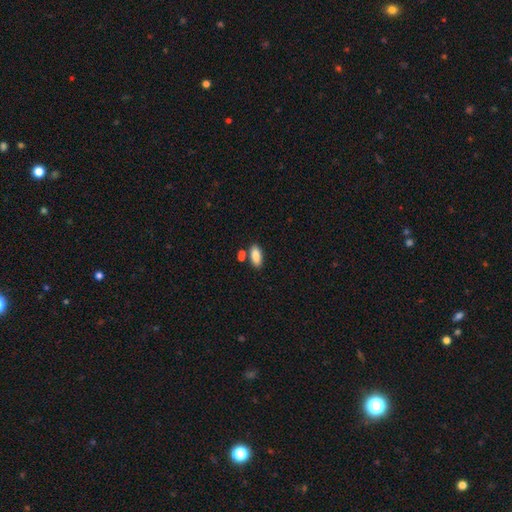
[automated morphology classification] A smooth galaxy with no disk features (88%) that is in between round and cigar-shaped (85%).

Vote fractions:
- Smooth or featured? smooth: 88% / star or artifact: 7% / featured or disk: 6%
- How rounded? in between: 85% / cigar-shaped: 13% / round: 3%
- Merging? none: 71% / merger: 15% / minor disturbance: 11% / major disturbance: 3%